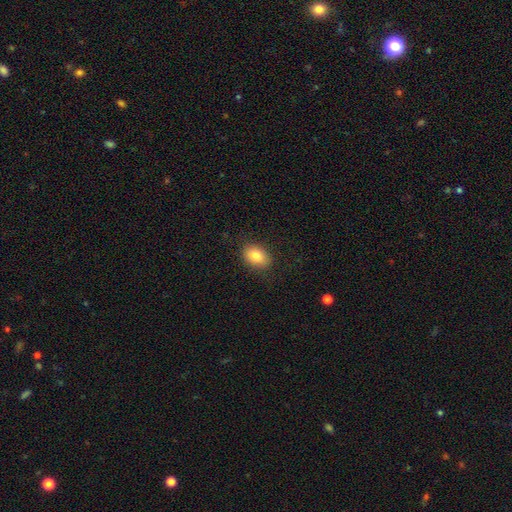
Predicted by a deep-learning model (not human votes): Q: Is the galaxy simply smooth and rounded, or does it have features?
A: smooth — 82%.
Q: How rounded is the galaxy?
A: in between — 76%.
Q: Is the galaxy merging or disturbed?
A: none — 87%.